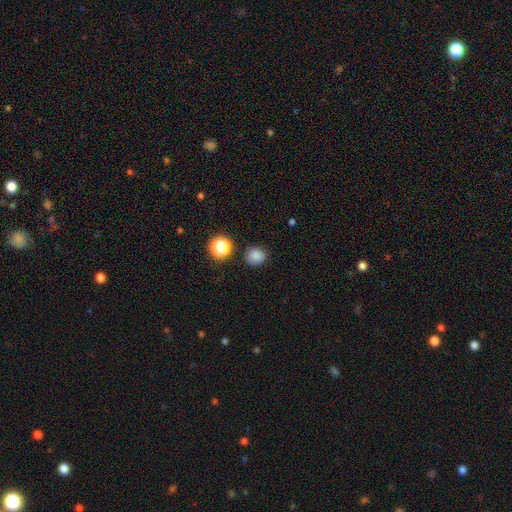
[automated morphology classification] This appears to be a smooth galaxy with no disk features (82%) that is round (85%). Merging: none (86%).